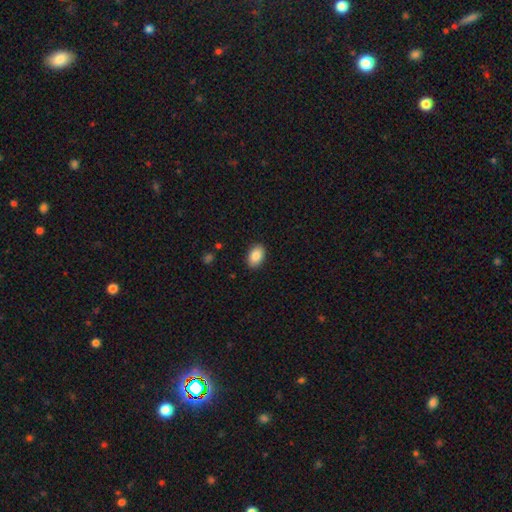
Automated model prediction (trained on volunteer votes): A smooth galaxy with no disk features (89%) that is in between round and cigar-shaped (90%). Merging: none (89%).